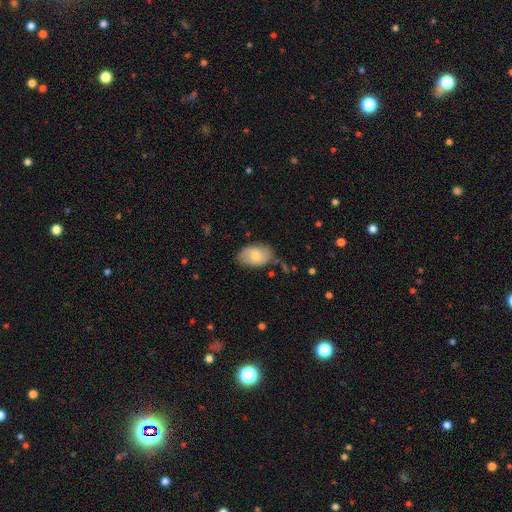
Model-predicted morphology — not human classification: Smooth or featured? Predicted: smooth (p=0.73). How rounded? Predicted: in between (p=0.90). Merging? Predicted: none (p=0.70).